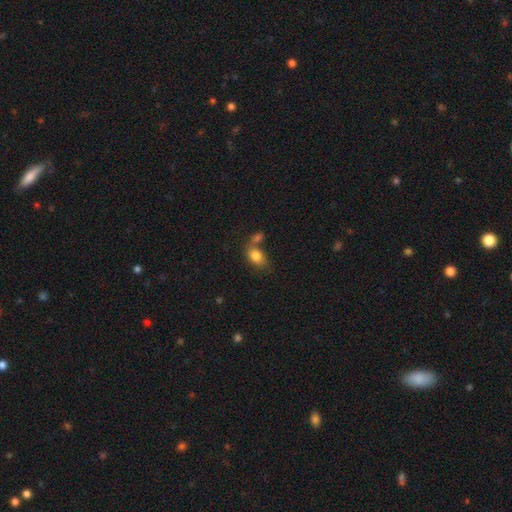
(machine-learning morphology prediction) smooth_or_featured: smooth (p=0.82) [alt: featured or disk p=0.10]
how_rounded: in between (p=0.81) [alt: round p=0.17]
merging: none (p=0.41) [alt: merger p=0.39]